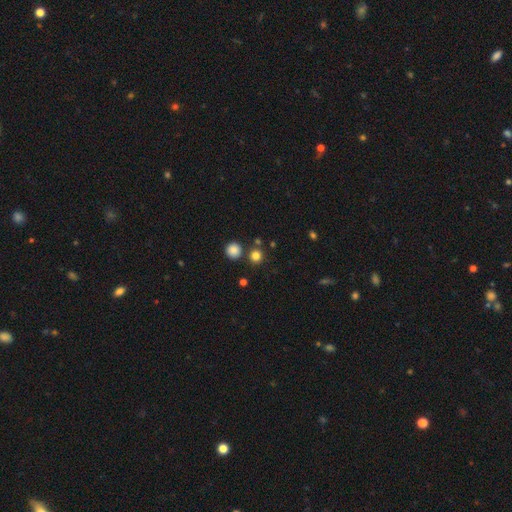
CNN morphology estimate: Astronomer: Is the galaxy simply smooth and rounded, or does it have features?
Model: smooth — 81%.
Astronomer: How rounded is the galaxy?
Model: round — 92%.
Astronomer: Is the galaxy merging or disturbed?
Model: none — 80%.